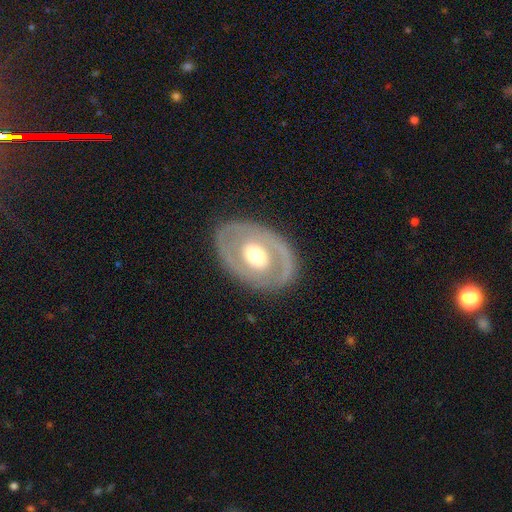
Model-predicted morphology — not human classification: This appears to be a featured or disk galaxy (68%) with no bar (71%), no spiral arms (65%) and a moderate central bulge (67%). Merging: none (83%).